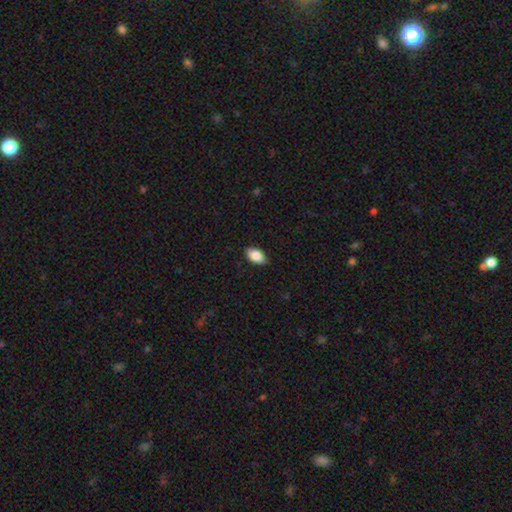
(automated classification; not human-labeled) Smooth or featured? smooth (86%)
How rounded? in between (92%)
Merging? none (87%)